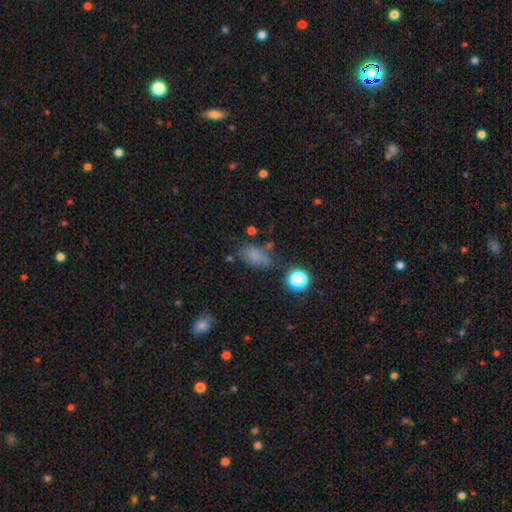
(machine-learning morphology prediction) Overall: smooth (71%). How rounded: in between (81%). Merging: none (57%; minor disturbance 24%).